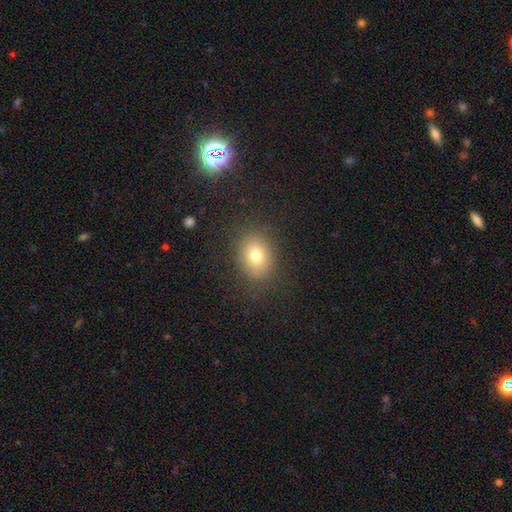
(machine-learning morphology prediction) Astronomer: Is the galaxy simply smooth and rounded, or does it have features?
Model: smooth — 75%.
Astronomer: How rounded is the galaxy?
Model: in between — 58% (runner-up: round, 40%).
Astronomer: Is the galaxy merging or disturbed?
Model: none — 85%.